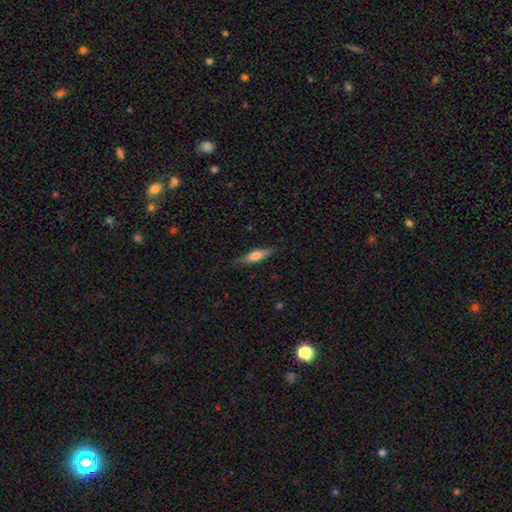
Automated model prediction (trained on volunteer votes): A featured or disk galaxy (48%). Merging: none (85%).